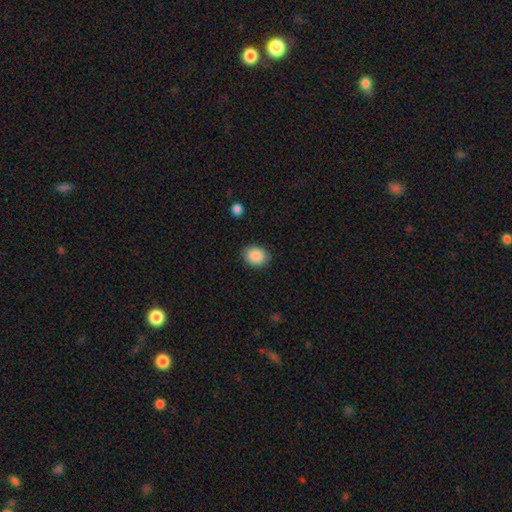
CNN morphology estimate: Smooth or featured? smooth (89%)
How rounded? in between (57%)
Merging? none (87%)